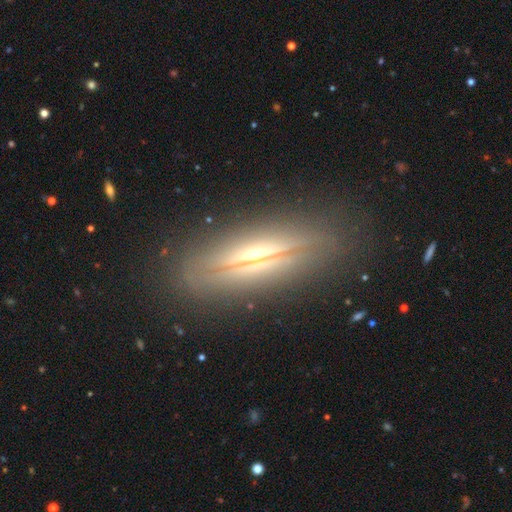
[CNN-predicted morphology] Overall: featured or disk (79%). Edge-on disk: yes (93%). Edge-on bulge: rounded (80%). Merging: none (84%).